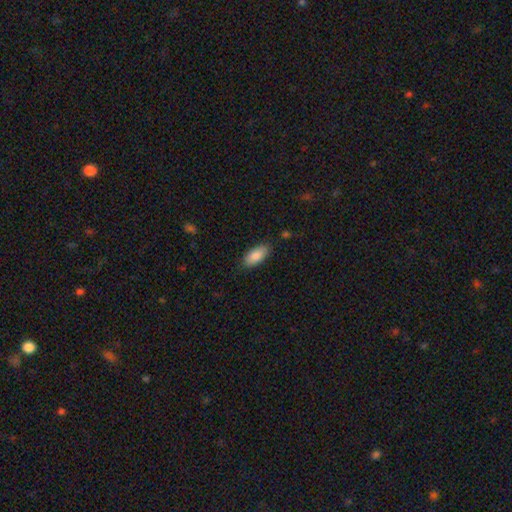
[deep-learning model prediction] Smooth or featured? Predicted: smooth (p=0.88). How rounded? Predicted: in between (p=0.88). Merging? Predicted: none (p=0.83).